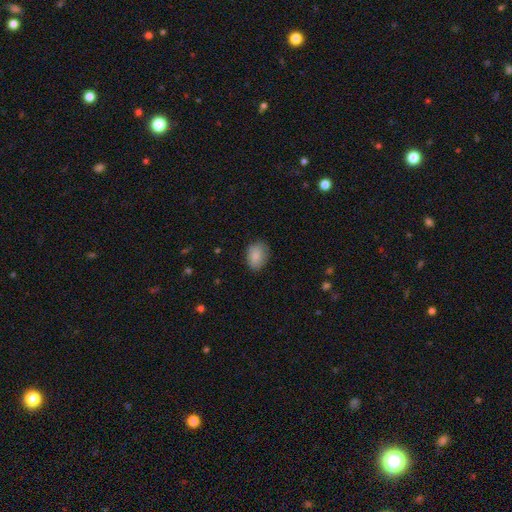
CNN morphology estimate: Smooth or featured? Predicted: smooth (p=0.86). How rounded? Predicted: in between (p=0.75). Merging? Predicted: none (p=0.78).